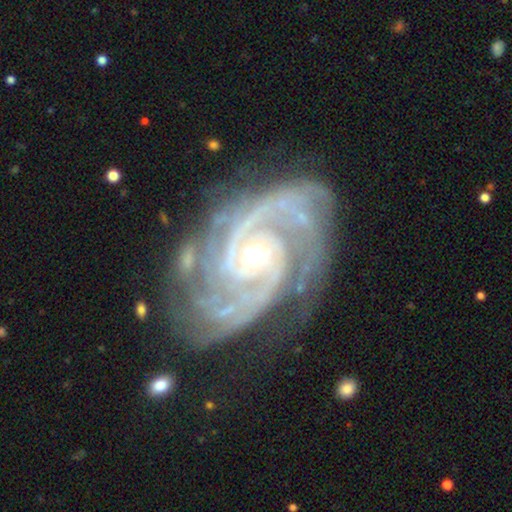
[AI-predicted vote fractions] smooth-or-featured: featured or disk: 93% | star or artifact: 5% | smooth: 2%
  disk-edge-on: no: 98% | yes: 2%
    bar: no: 65% | weak: 24% | strong: 11%
    has-spiral-arms: yes: 99% | no: 1%
      spiral-winding: tight: 67% | medium: 29% | loose: 3%
      spiral-arm-count: 2: 42% | 3: 26% | 4: 10% | can't tell: 9% | more than 4: 6% | 1: 6%
    bulge-size: small: 69% | moderate: 28% | large: 1% | none: 1% | dominant: 1%
  merging: none: 70% | minor disturbance: 19% | major disturbance: 9% | merger: 2%